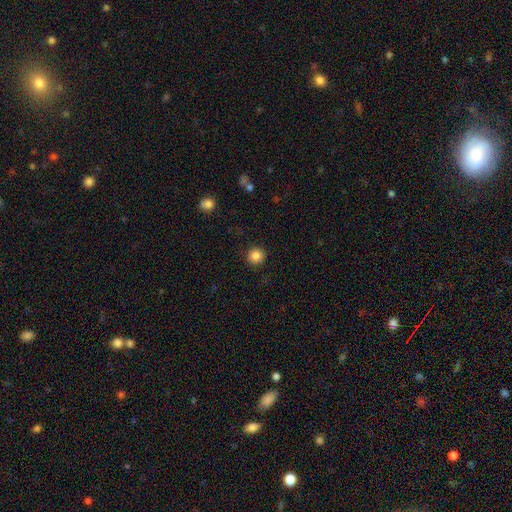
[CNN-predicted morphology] This is clearly a smooth galaxy (86%). How rounded: clearly round (92%). Merging: clearly none (92%).